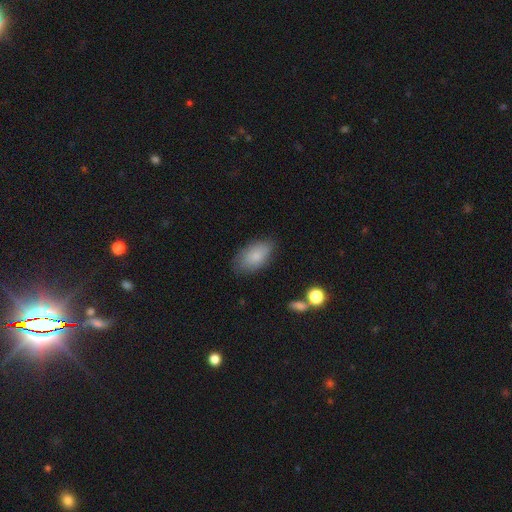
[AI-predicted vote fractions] smooth-or-featured: smooth: 81% | featured or disk: 12% | star or artifact: 7%
  how-rounded: in between: 93% | round: 5% | cigar-shaped: 2%
  merging: none: 74% | minor disturbance: 20% | major disturbance: 4% | merger: 2%